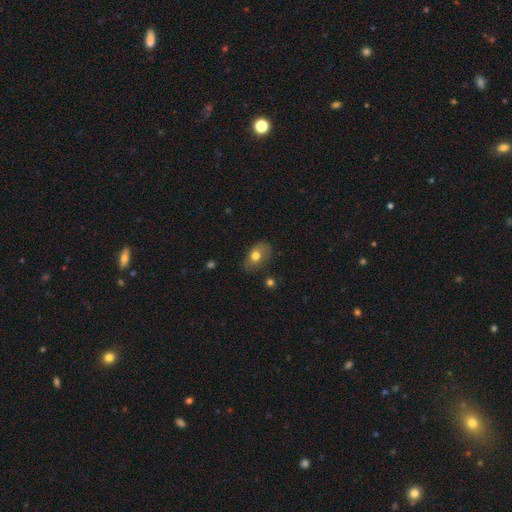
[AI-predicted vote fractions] Smooth or featured? smooth (70%)
How rounded? in between (85%)
Merging? none (73%)